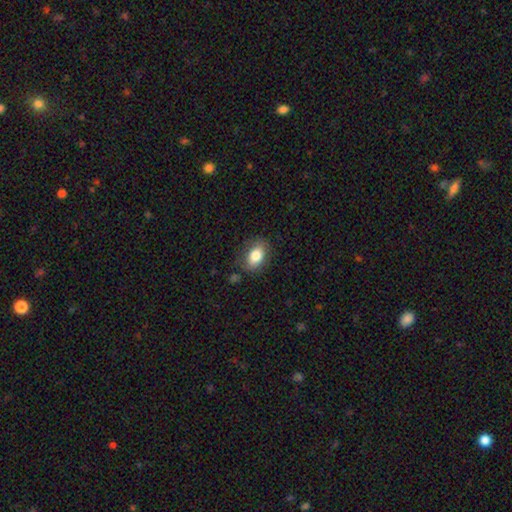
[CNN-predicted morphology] type=smooth (80%); roundness=in between (86%); merging=none (78%).